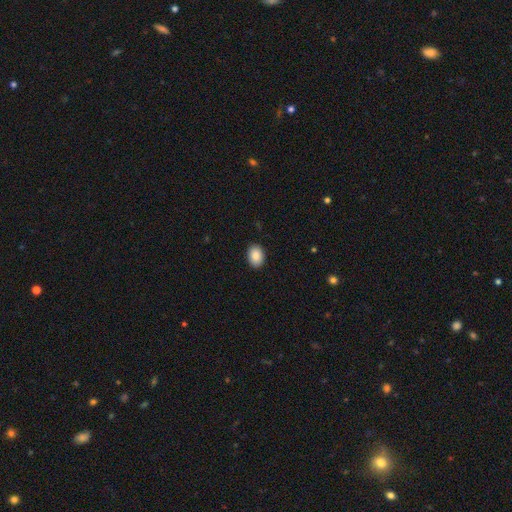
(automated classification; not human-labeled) smooth-or-featured: smooth: 89% | star or artifact: 7% | featured or disk: 4%
  how-rounded: in between: 73% | round: 26% | cigar-shaped: 1%
  merging: none: 90% | minor disturbance: 7% | major disturbance: 2% | merger: 1%